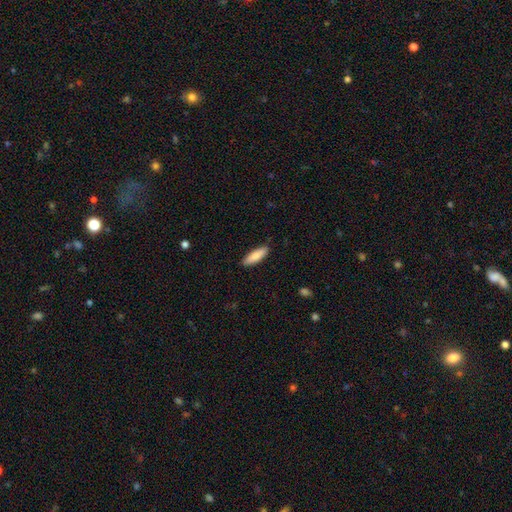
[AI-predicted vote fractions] A smooth galaxy with no disk features (82%) that is cigar-shaped (56%). Merging: none (89%).